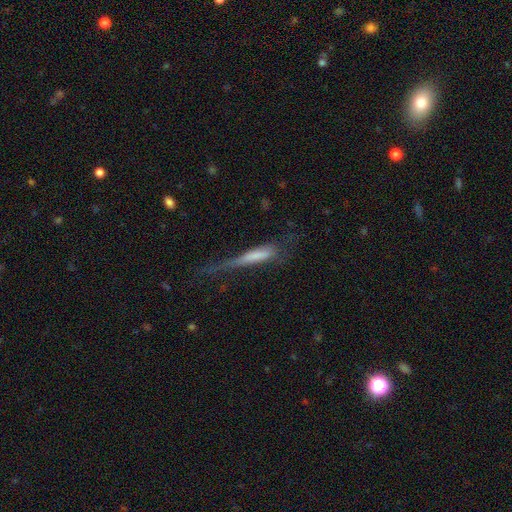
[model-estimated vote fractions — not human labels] smooth_or_featured: smooth (p=0.58) [alt: featured or disk p=0.34]
how_rounded: cigar-shaped (p=0.87) [alt: in between p=0.11]
merging: major disturbance (p=0.35) [alt: none p=0.33]